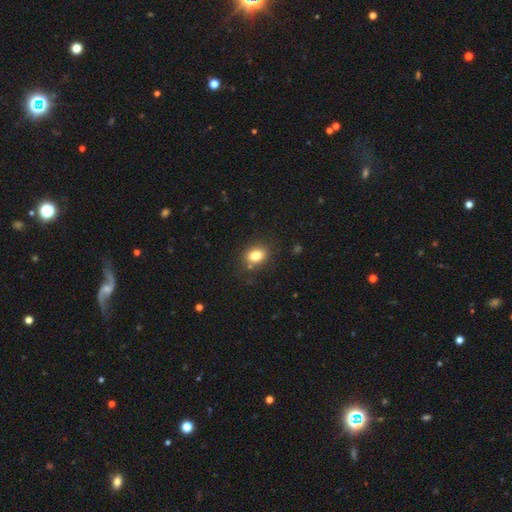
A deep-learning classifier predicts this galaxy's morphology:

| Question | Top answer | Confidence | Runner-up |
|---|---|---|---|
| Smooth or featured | smooth | 81% | star or artifact (11%) |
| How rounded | in between | 54% | round (45%) |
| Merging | none | 82% | minor disturbance (11%) |